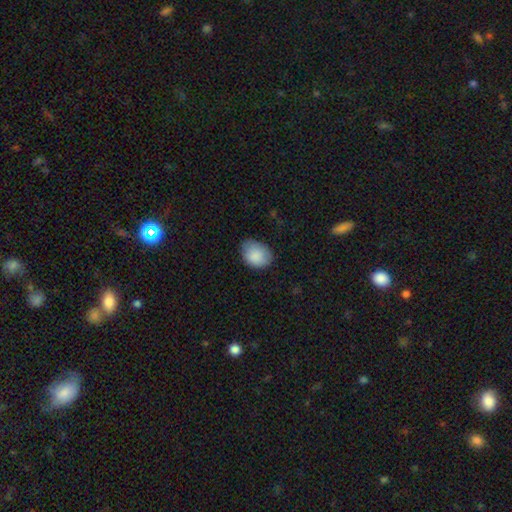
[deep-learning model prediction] This is clearly a smooth galaxy (88%). How rounded: likely in between (70%). Merging: likely none (70%).